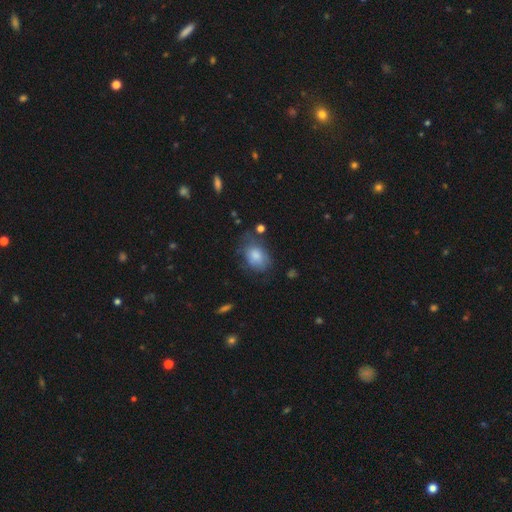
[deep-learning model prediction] A smooth galaxy with no disk features (79%) that is in between round and cigar-shaped (75%). Merging: none (51%).